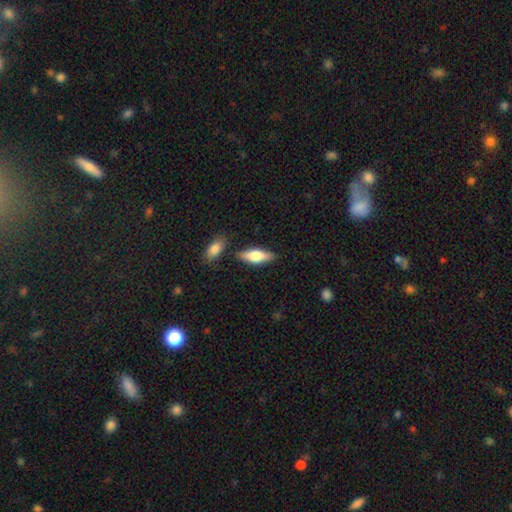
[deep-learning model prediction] Smooth or featured? Predicted: smooth (p=0.64). How rounded? Predicted: in between (p=0.64). Merging? Predicted: none (p=0.80).